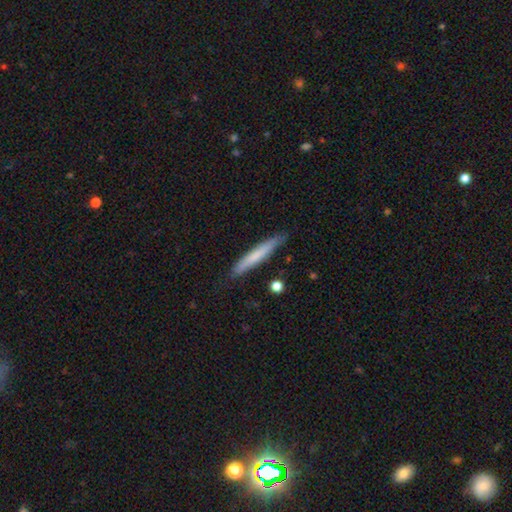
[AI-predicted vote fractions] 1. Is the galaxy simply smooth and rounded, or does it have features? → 68% smooth, 26% featured or disk, 5% star or artifact.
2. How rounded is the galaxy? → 95% cigar-shaped, 4% in between, 1% round.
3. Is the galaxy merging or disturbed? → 83% none, 13% minor disturbance, 2% major disturbance, 2% merger.